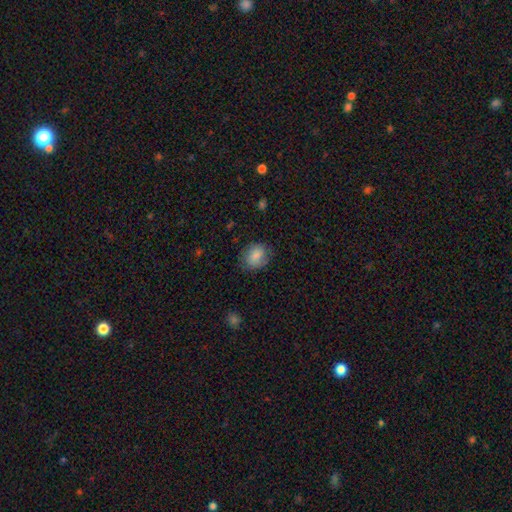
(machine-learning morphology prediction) smooth-or-featured: smooth: 82% | featured or disk: 10% | star or artifact: 8%
  how-rounded: round: 53% | in between: 46% | cigar-shaped: 1%
  merging: none: 76% | minor disturbance: 18% | major disturbance: 5% | merger: 1%